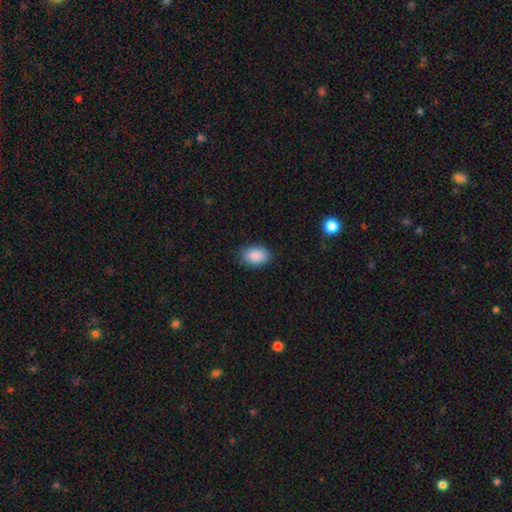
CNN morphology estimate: Smooth or featured? Predicted: smooth (p=0.89). How rounded? Predicted: in between (p=0.85). Merging? Predicted: none (p=0.86).